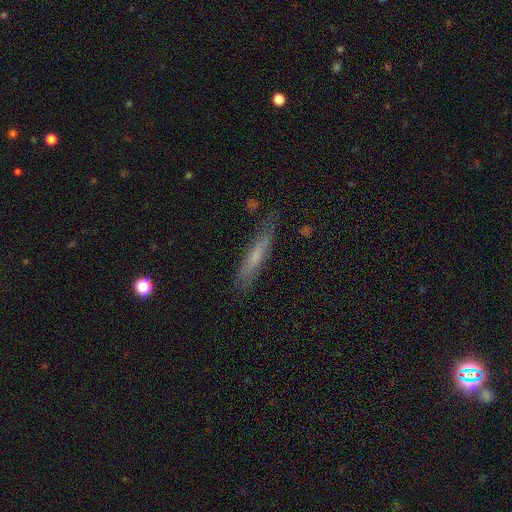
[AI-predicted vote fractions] This appears to be a smooth galaxy with no disk features (51%) that is cigar-shaped (89%). Merging: none (76%).